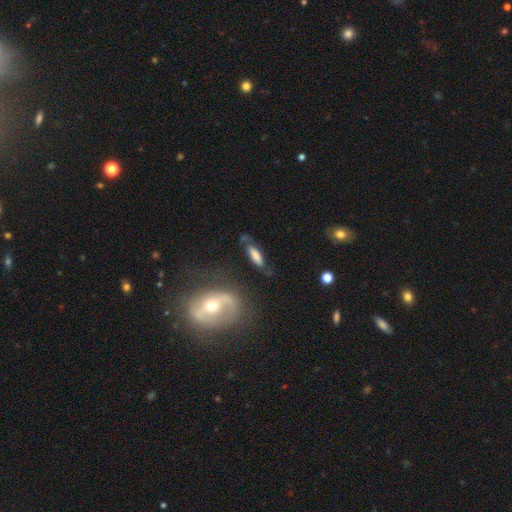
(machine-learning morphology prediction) smooth 65%, featured or disk 27%, star or artifact 8%. Down the decision tree: how rounded — cigar-shaped (54%); merging — none (64%).